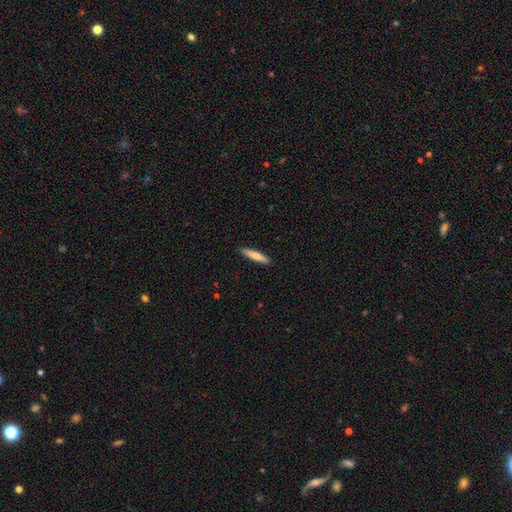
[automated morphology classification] smooth 75%, featured or disk 20%, star or artifact 5%. Down the decision tree: how rounded — cigar-shaped (88%); merging — none (91%).